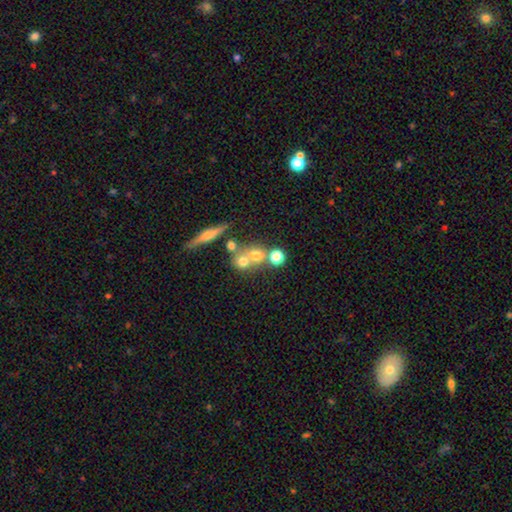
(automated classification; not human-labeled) smooth 62%, featured or disk 22%, star or artifact 16%. Down the decision tree: how rounded — round (80%); merging — merger (47%).